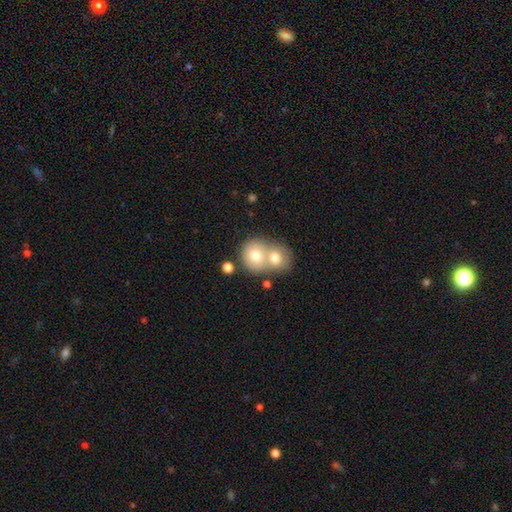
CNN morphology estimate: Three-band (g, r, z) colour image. It shows a smooth galaxy with no disk features (71%) that is round (76%). Merging: merger (65%).